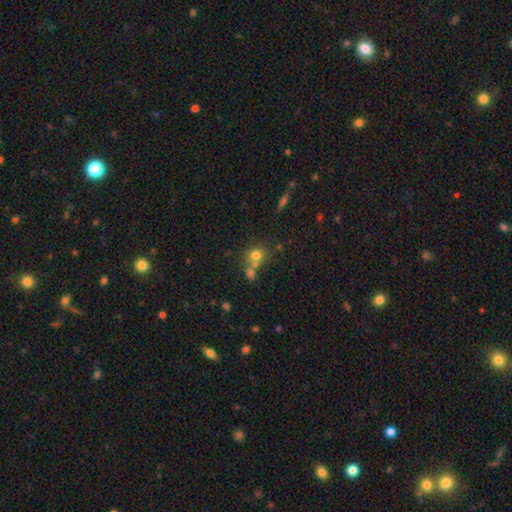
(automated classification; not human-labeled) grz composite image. It shows a smooth galaxy with no disk features (70%) that is round (80%). Merging: none (46%).